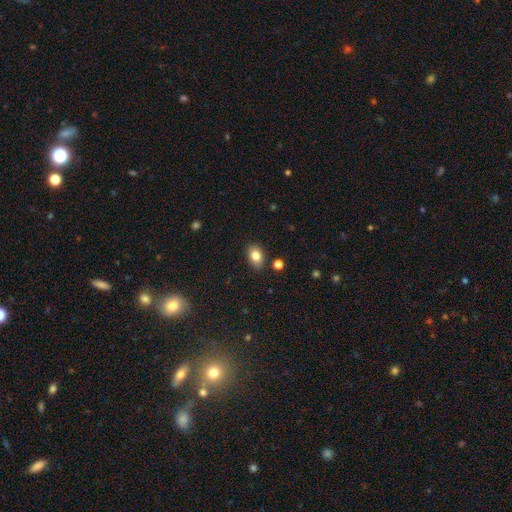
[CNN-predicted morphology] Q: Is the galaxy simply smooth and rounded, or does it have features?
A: smooth — 83%.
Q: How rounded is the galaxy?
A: in between — 81%.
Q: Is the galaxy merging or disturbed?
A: none — 84%.